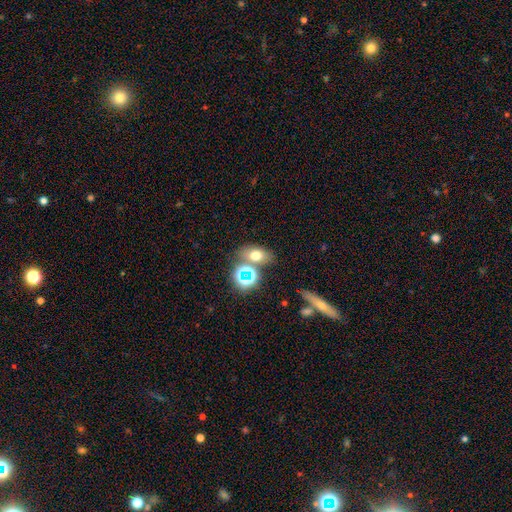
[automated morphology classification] type=smooth (63%); roundness=in between (71%); merging=none (64%).